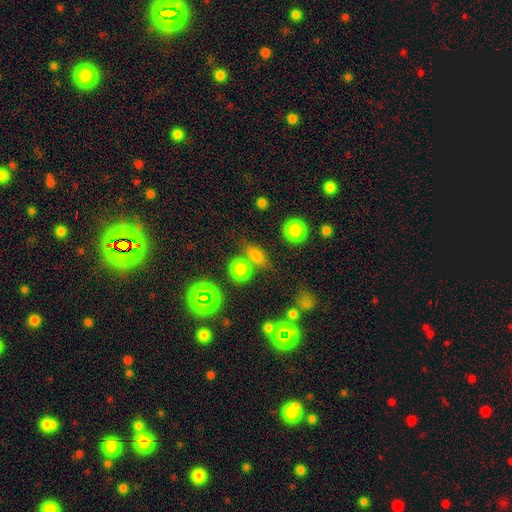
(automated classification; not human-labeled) The model was most divided on "how rounded": in between: 57%, round: 35%, cigar-shaped: 8%. More confident: smooth or featured — smooth (77%); merging — none (61%).